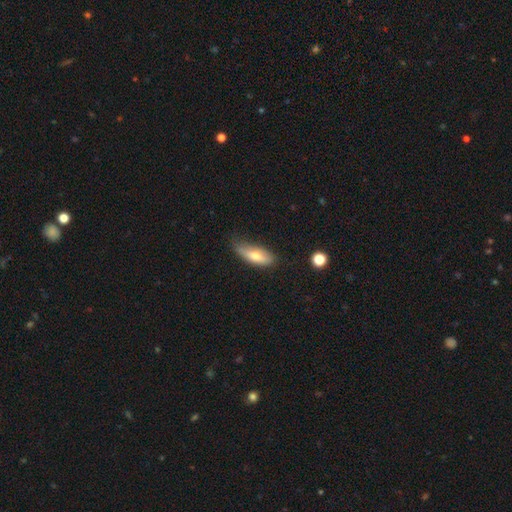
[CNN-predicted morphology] Q: Smooth or featured?
A: smooth (68%); runner-up: featured or disk (25%)
Q: How rounded?
A: in between (69%); runner-up: cigar-shaped (28%)
Q: Merging?
A: none (56%); runner-up: minor disturbance (34%)